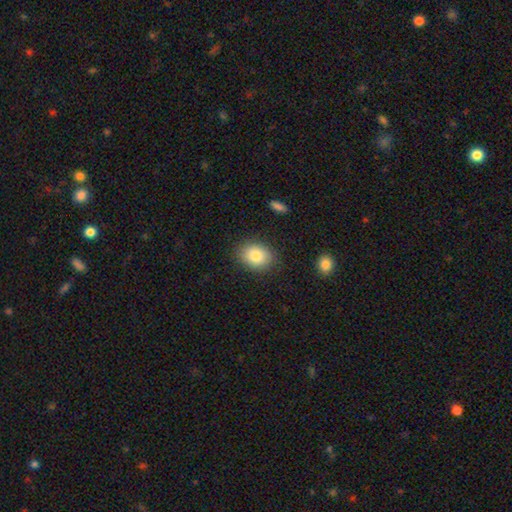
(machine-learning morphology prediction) Smooth or featured?
  - smooth: 83% *
  - featured or disk: 9%
  - star or artifact: 8%
How rounded?
  - in between: 67% *
  - round: 32%
  - cigar-shaped: 1%
Merging?
  - none: 85% *
  - minor disturbance: 11%
  - major disturbance: 3%
  - merger: 1%